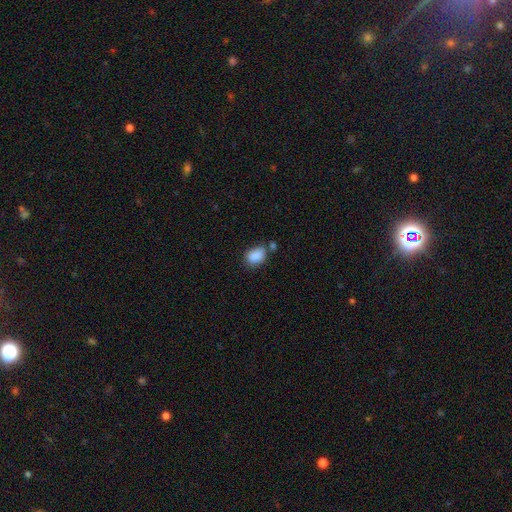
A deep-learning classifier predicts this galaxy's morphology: A smooth galaxy with no disk features (87%) that is in between round and cigar-shaped (80%).

Vote fractions:
- Smooth or featured? smooth: 87% / star or artifact: 9% / featured or disk: 4%
- How rounded? in between: 80% / round: 19% / cigar-shaped: 1%
- Merging? none: 60% / minor disturbance: 19% / merger: 15% / major disturbance: 6%